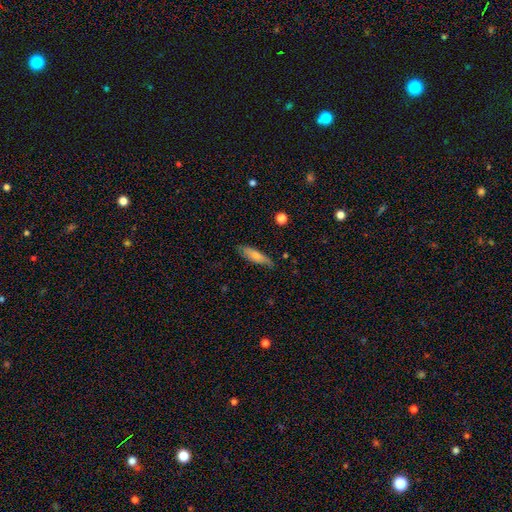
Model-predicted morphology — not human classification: This is likely a smooth galaxy (68%). How rounded: possibly cigar-shaped (50%). Merging: likely none (70%).